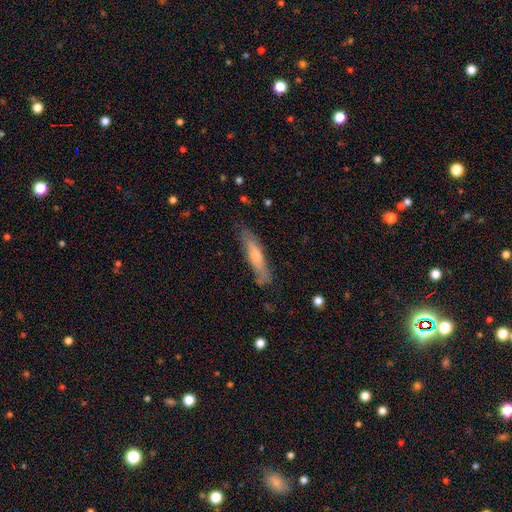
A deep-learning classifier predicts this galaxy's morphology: Smooth or featured: smooth — 49% (featured or disk — 45%)
Merging: none — 77% (minor disturbance — 18%)